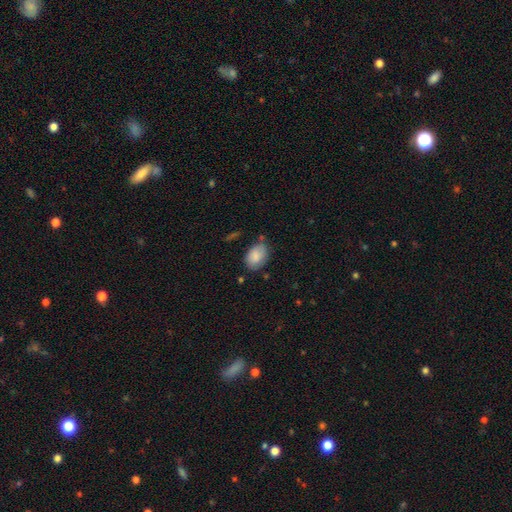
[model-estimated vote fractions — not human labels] Smooth or featured: smooth — 84% (featured or disk — 9%)
How rounded: in between — 85% (round — 14%)
Merging: none — 65% (minor disturbance — 25%)